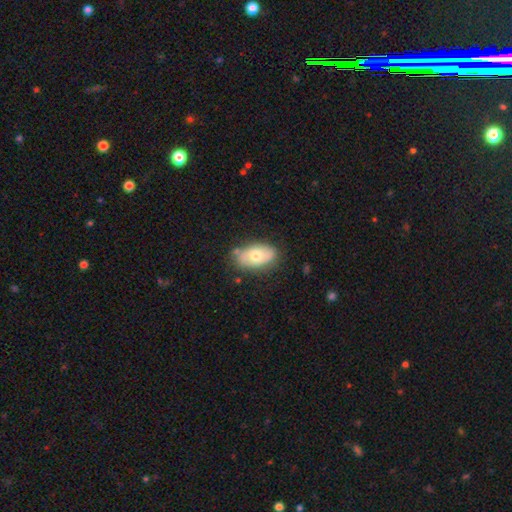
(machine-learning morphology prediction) Smooth or featured: smooth — 64% (featured or disk — 30%)
How rounded: in between — 91% (round — 6%)
Merging: none — 72% (minor disturbance — 19%)